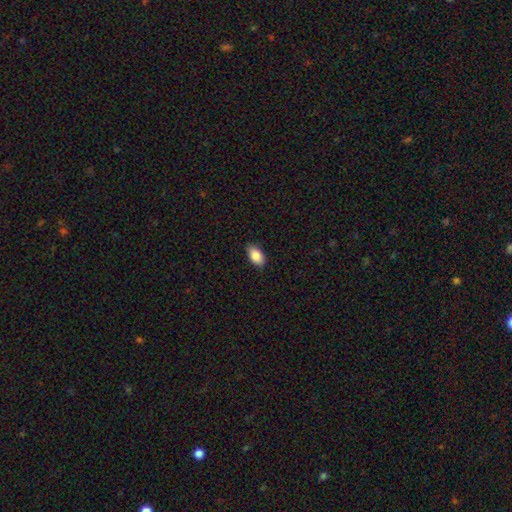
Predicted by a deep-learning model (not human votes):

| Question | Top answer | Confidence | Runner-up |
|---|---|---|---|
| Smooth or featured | smooth | 87% | star or artifact (7%) |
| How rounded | in between | 93% | round (5%) |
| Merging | none | 88% | minor disturbance (9%) |